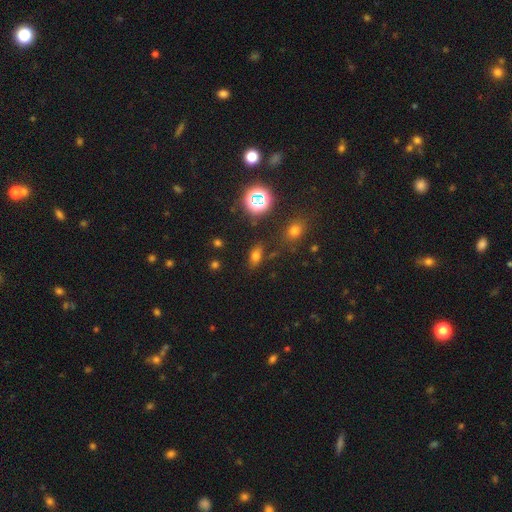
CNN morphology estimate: A smooth galaxy with no disk features (65%) that is in between round and cigar-shaped (80%). Merging: none (76%).